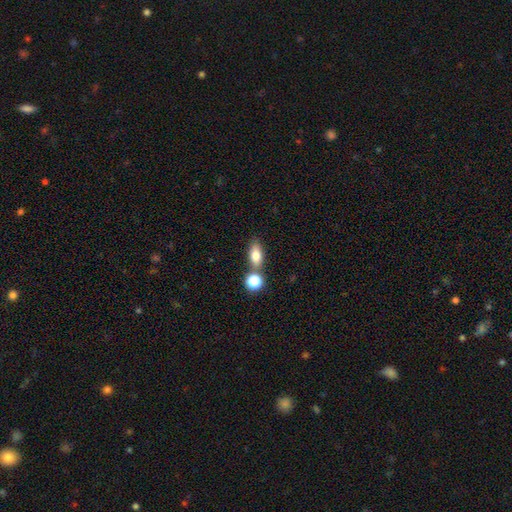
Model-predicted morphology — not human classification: Smooth or featured? smooth (78%)
How rounded? in between (77%)
Merging? none (66%)